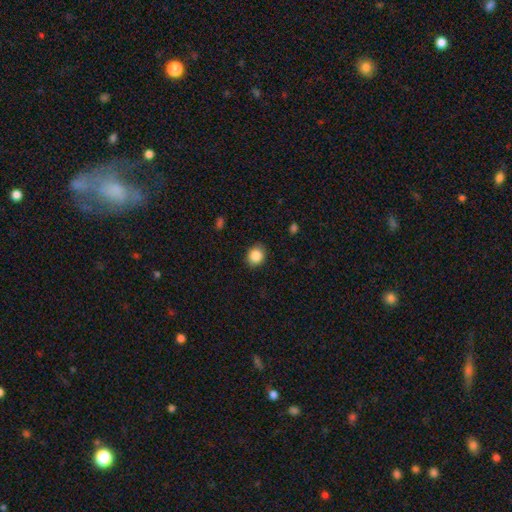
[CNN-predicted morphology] A smooth galaxy with no disk features (86%) that is round (75%).

Vote fractions:
- Smooth or featured? smooth: 86% / star or artifact: 9% / featured or disk: 4%
- How rounded? round: 75% / in between: 24% / cigar-shaped: 1%
- Merging? none: 87% / minor disturbance: 9% / major disturbance: 2% / merger: 1%